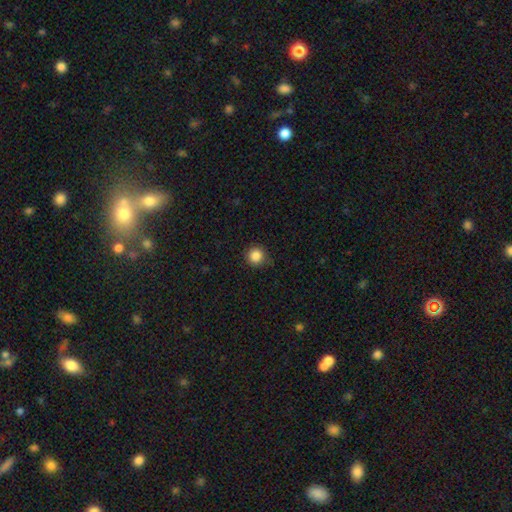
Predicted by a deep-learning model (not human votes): Morphology: type=smooth (86%); roundness=round (94%); merging=none (83%).